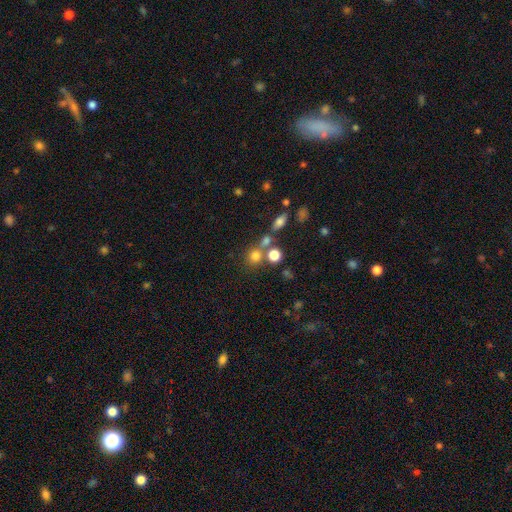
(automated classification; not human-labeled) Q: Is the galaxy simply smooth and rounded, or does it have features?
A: smooth — 74%.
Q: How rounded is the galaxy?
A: round — 84%.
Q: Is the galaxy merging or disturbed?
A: none — 56%.